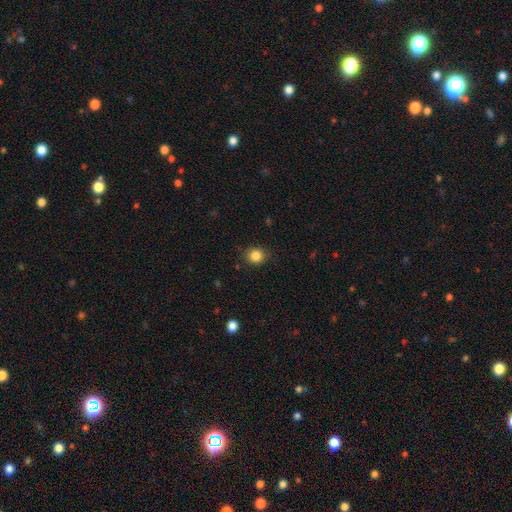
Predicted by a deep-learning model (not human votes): This appears to be a smooth galaxy with no disk features (85%) that is round (84%). Merging: none (87%).